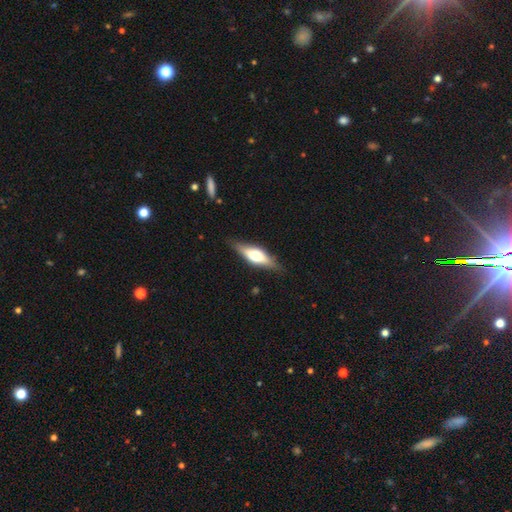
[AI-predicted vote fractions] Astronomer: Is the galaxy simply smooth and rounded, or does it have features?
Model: featured or disk — 55% (runner-up: smooth, 40%).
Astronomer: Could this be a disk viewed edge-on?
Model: yes — 91%.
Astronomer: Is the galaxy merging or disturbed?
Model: none — 84%.